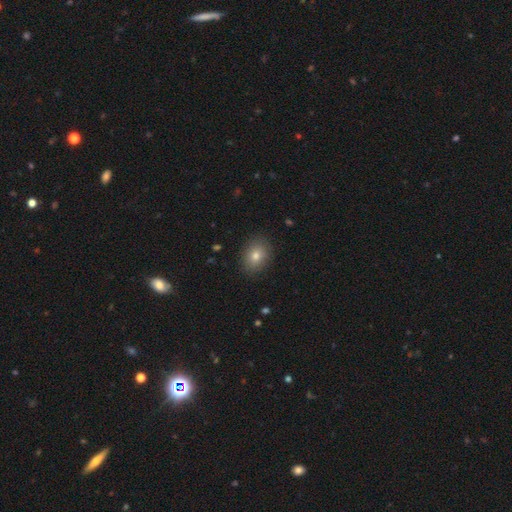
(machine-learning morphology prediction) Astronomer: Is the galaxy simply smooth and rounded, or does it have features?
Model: smooth — 79%.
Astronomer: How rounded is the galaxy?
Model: in between — 60% (runner-up: round, 39%).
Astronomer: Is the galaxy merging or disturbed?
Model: none — 89%.